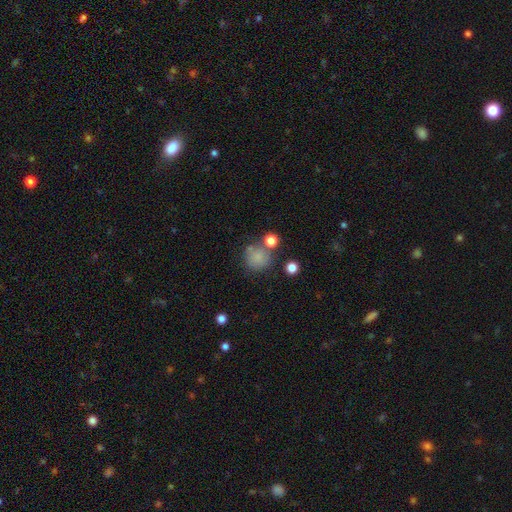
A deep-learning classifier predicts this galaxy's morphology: Smooth or featured?
  - smooth: 77% *
  - star or artifact: 14%
  - featured or disk: 8%
How rounded?
  - round: 88% *
  - in between: 11%
  - cigar-shaped: 1%
Merging?
  - none: 65% *
  - minor disturbance: 15%
  - merger: 13%
  - major disturbance: 7%